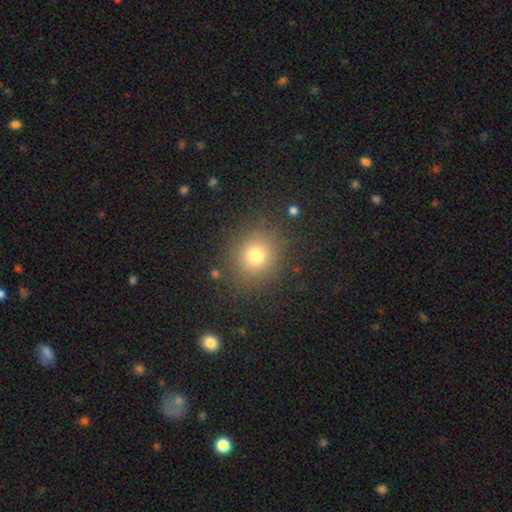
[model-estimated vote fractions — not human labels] smooth-or-featured: smooth: 76% | star or artifact: 15% | featured or disk: 8%
  how-rounded: round: 85% | in between: 14% | cigar-shaped: 1%
  merging: none: 87% | minor disturbance: 8% | major disturbance: 4% | merger: 2%